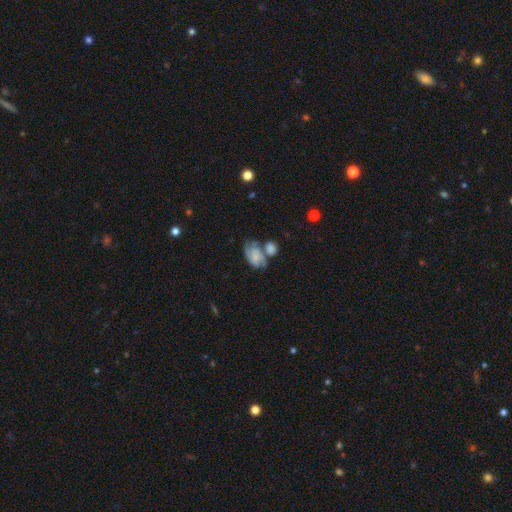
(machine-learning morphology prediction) This is possibly a smooth galaxy (48%). Merging: marginally merger (37%).